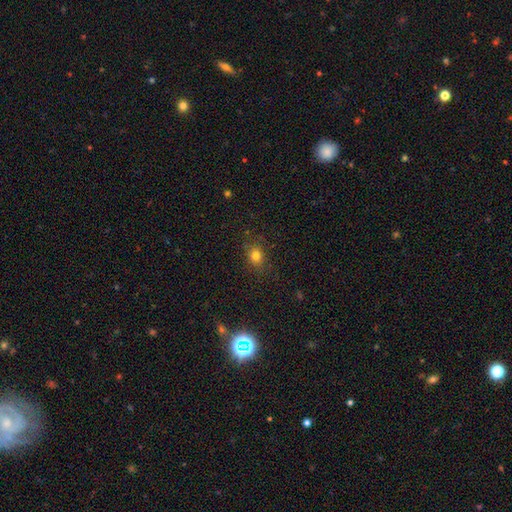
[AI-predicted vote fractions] Smooth or featured?
  - smooth: 78% *
  - star or artifact: 15%
  - featured or disk: 7%
How rounded?
  - round: 60% *
  - in between: 39%
  - cigar-shaped: 1%
Merging?
  - none: 83% *
  - minor disturbance: 12%
  - major disturbance: 4%
  - merger: 1%